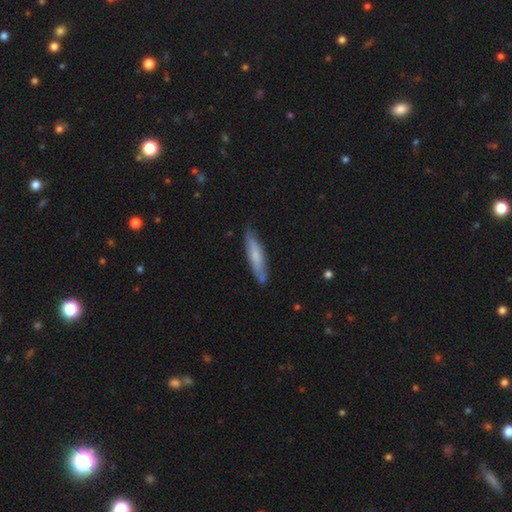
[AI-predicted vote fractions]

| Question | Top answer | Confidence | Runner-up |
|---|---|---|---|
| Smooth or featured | smooth | 62% | featured or disk (32%) |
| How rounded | cigar-shaped | 82% | in between (17%) |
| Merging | none | 78% | minor disturbance (17%) |